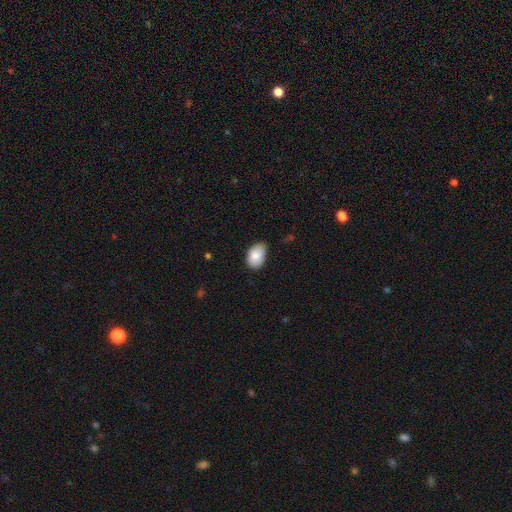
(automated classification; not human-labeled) A smooth galaxy with no disk features (88%) that is in between round and cigar-shaped (90%).

Vote fractions:
- Smooth or featured? smooth: 88% / star or artifact: 7% / featured or disk: 6%
- How rounded? in between: 90% / round: 9% / cigar-shaped: 1%
- Merging? none: 71% / minor disturbance: 24% / major disturbance: 3% / merger: 1%